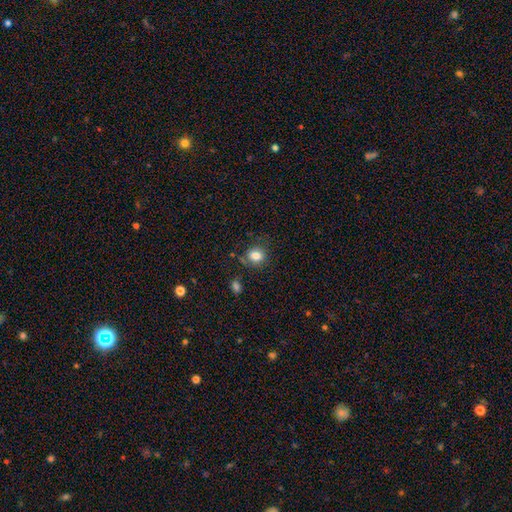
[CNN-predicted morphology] A smooth galaxy with no disk features (82%) that is round (70%). Merging: none (75%).